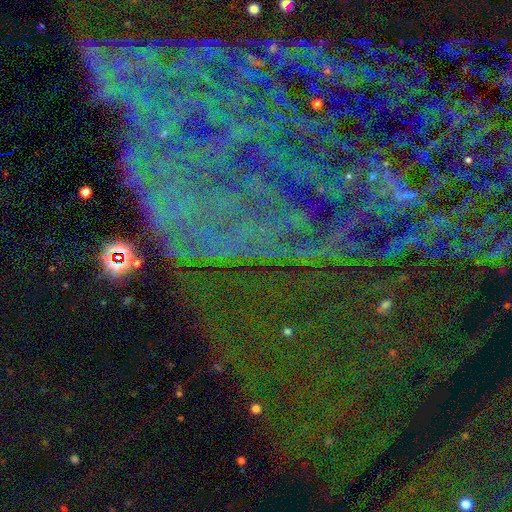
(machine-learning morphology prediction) star or artifact 75%, featured or disk 15%, smooth 10%.